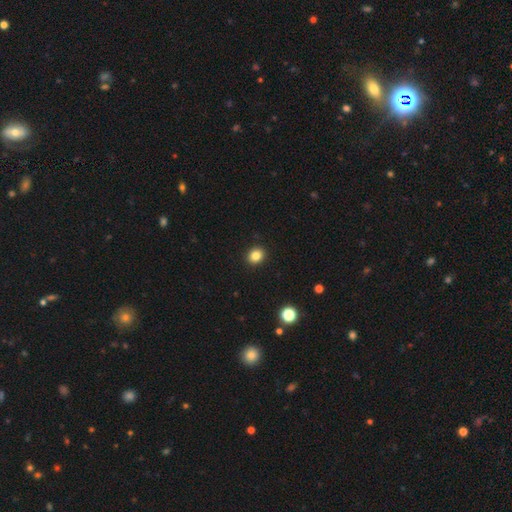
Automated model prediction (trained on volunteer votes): Overall: smooth (84%). How rounded: round (66%; in between 33%). Merging: none (92%).